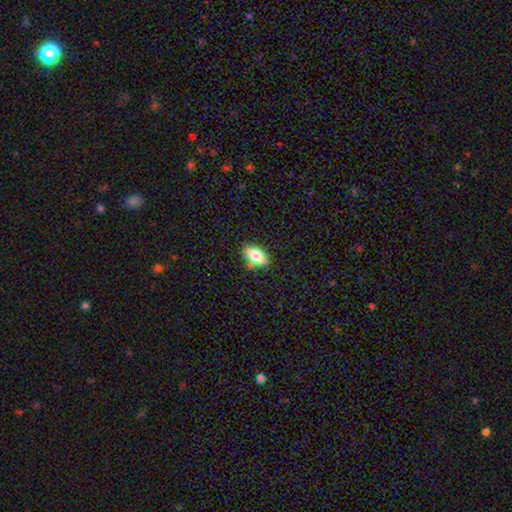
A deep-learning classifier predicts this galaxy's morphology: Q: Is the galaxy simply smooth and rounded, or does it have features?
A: smooth — 79%.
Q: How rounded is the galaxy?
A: in between — 89%.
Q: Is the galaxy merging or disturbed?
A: none — 79%.